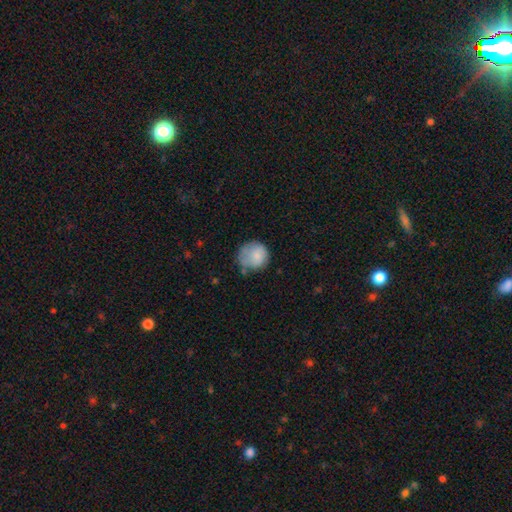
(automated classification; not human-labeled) smooth-or-featured: smooth: 81% | featured or disk: 12% | star or artifact: 7%
  how-rounded: round: 87% | in between: 13% | cigar-shaped: 1%
  merging: none: 58% | minor disturbance: 28% | major disturbance: 10% | merger: 4%